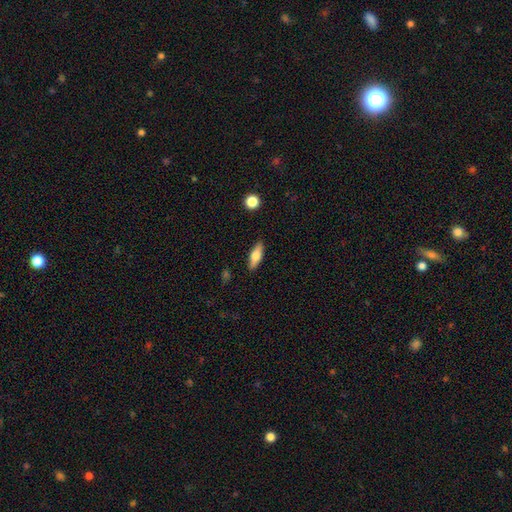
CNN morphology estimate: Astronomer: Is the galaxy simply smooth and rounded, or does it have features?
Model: smooth — 64%.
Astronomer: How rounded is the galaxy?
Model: in between — 62%.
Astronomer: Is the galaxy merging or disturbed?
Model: none — 88%.